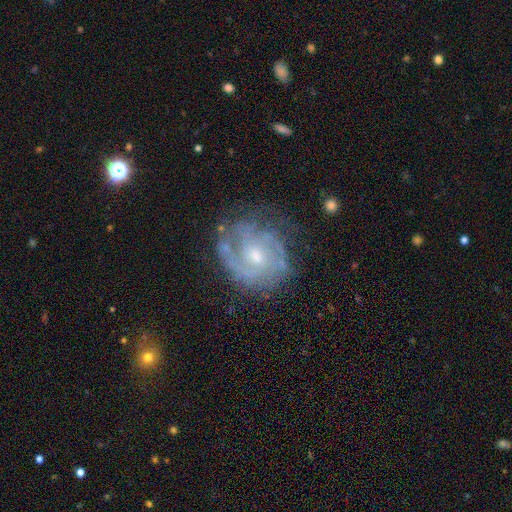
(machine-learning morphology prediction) A featured or disk galaxy (83%) with no bar (55%), can't tell (32%, tied with 2) tight (55%) spiral arms (92%) and a small central bulge (51%). Merging: none (68%).